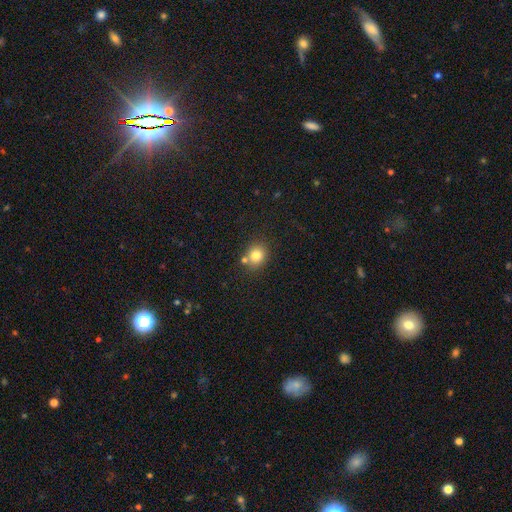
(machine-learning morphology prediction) This is likely a smooth galaxy (80%). How rounded: clearly round (81%). Merging: likely none (71%).